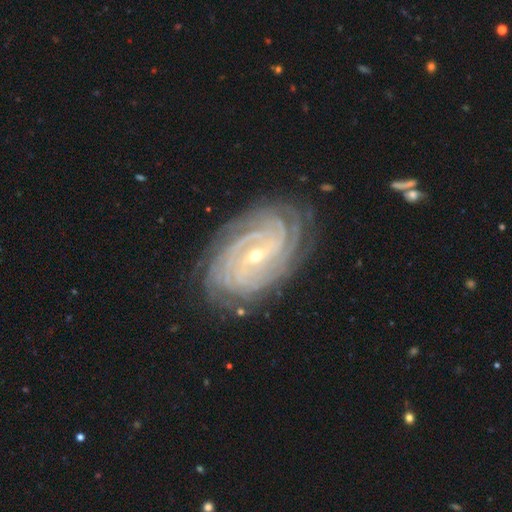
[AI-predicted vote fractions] This is clearly a featured or disk galaxy (92%). It is clearly not viewed edge-on (96%). Bar: marginally weak (42%). Spiral arm pattern: clearly yes (98%). Spiral arm count: marginally more than 4 (29%). Spiral winding: clearly tight (84%). Central bulge: likely small (71%). Merging: clearly none (81%).